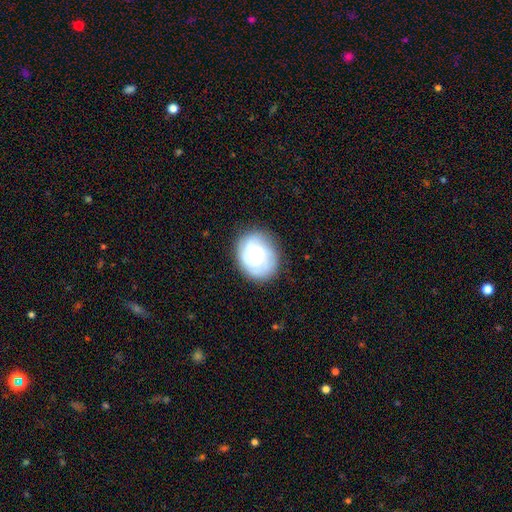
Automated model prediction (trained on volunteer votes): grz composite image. It shows a featured or disk galaxy (53%) with no bar (68%), spiral arms (87%) and a moderate central bulge (52%). Merging: none (80%).